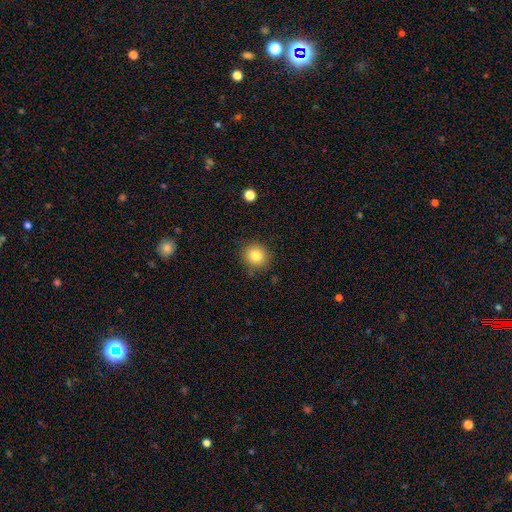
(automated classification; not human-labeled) smooth 82%, star or artifact 11%, featured or disk 7%. Down the decision tree: how rounded — round (87%); merging — none (87%).